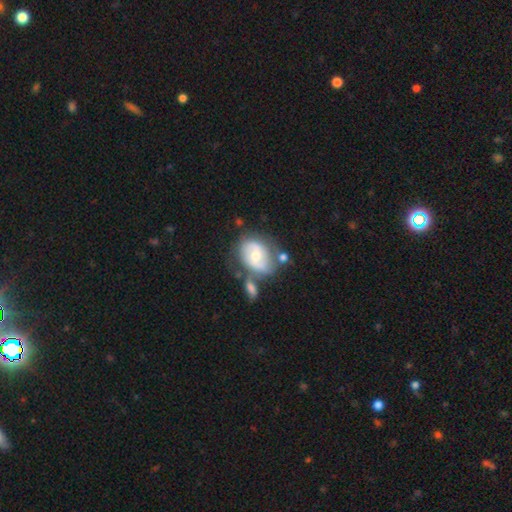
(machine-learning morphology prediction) A featured or disk galaxy (64%) with no bar (54%), spiral arms (79%) and a moderate central bulge (61%).

Vote fractions:
- Smooth or featured? featured or disk: 64% / smooth: 30% / star or artifact: 6%
- Edge-on disk? no: 96% / yes: 4%
- Bar? no: 54% / weak: 36% / strong: 10%
- Spiral arms? yes: 79% / no: 21%
- Bulge size? moderate: 61% / small: 33% / large: 4% / none: 1% / dominant: 1%
- Merging? none: 48% / merger: 22% / minor disturbance: 20% / major disturbance: 10%